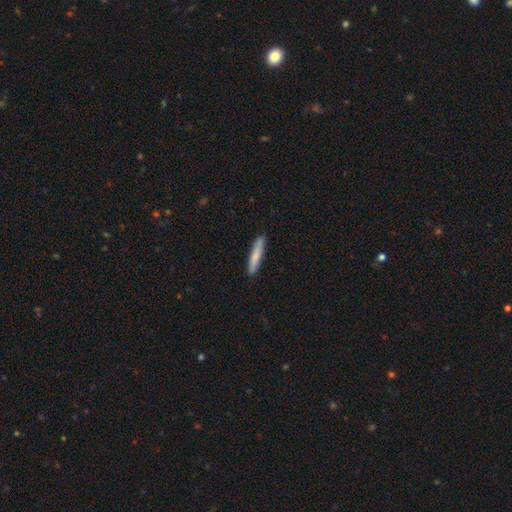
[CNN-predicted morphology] A smooth galaxy with no disk features (79%) that is cigar-shaped (92%).

Vote fractions:
- Smooth or featured? smooth: 79% / featured or disk: 16% / star or artifact: 5%
- How rounded? cigar-shaped: 92% / in between: 7% / round: 1%
- Merging? none: 90% / minor disturbance: 7% / major disturbance: 1% / merger: 1%